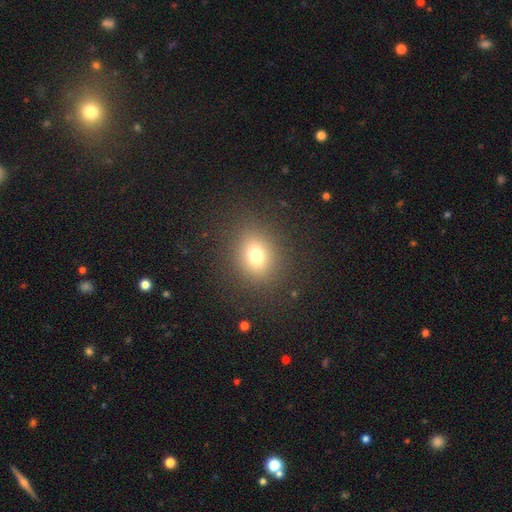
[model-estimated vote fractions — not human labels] Smooth or featured: smooth — 73% (star or artifact — 17%)
How rounded: round — 66% (in between — 33%)
Merging: none — 87% (minor disturbance — 8%)